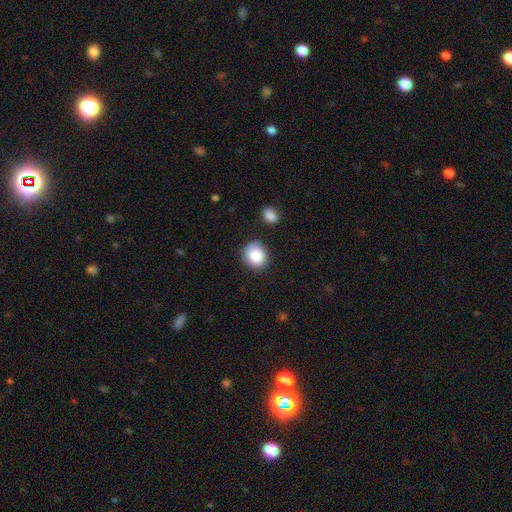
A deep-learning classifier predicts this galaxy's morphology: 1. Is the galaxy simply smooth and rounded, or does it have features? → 86% smooth, 8% star or artifact, 6% featured or disk.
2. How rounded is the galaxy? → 79% round, 20% in between, 1% cigar-shaped.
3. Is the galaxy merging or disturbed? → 78% none, 15% minor disturbance, 4% major disturbance, 3% merger.